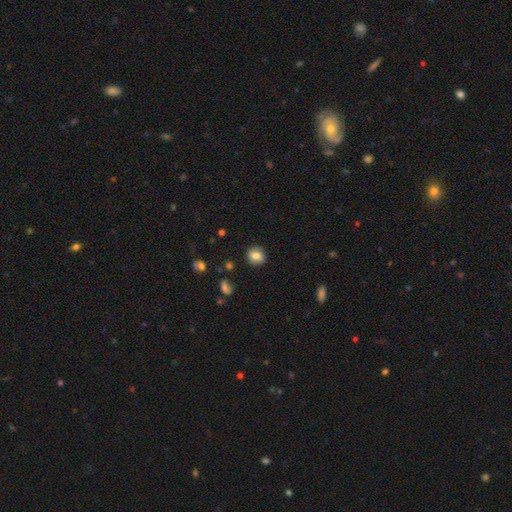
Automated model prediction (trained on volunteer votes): A smooth galaxy with no disk features (75%) that is round (76%).

Vote fractions:
- Smooth or featured? smooth: 75% / featured or disk: 15% / star or artifact: 10%
- How rounded? round: 76% / in between: 23% / cigar-shaped: 1%
- Merging? none: 83% / minor disturbance: 12% / major disturbance: 3% / merger: 2%